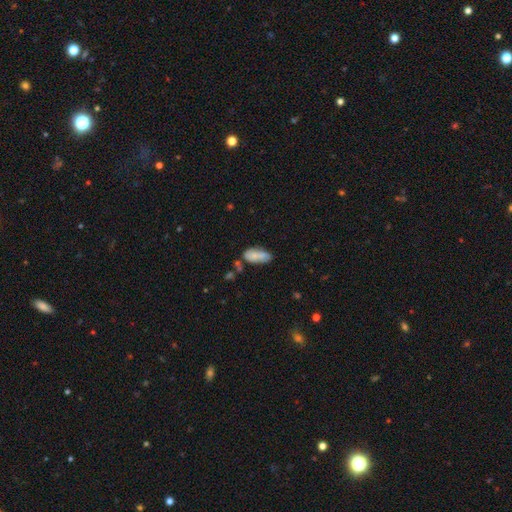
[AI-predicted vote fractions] This appears to be a smooth galaxy with no disk features (75%) that is in between round and cigar-shaped (85%). Merging: none (51%).